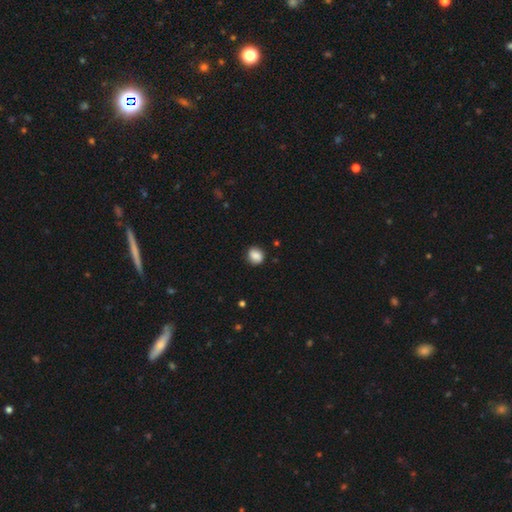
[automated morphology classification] A smooth galaxy with no disk features (87%) that is round (65%). Merging: none (84%).